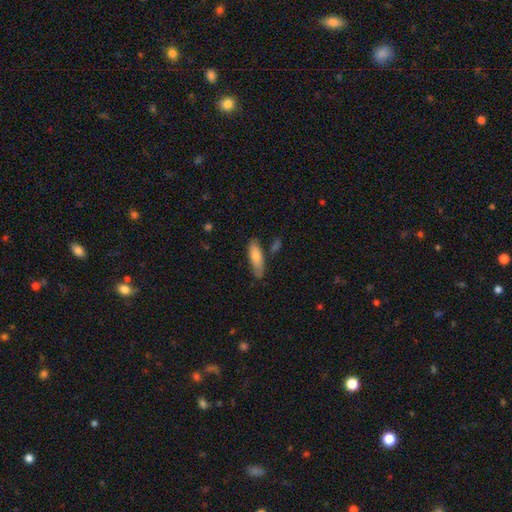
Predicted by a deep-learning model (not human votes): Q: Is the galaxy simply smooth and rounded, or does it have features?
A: smooth — 69%.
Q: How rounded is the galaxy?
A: cigar-shaped — 56%.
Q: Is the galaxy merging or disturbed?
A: none — 73%.